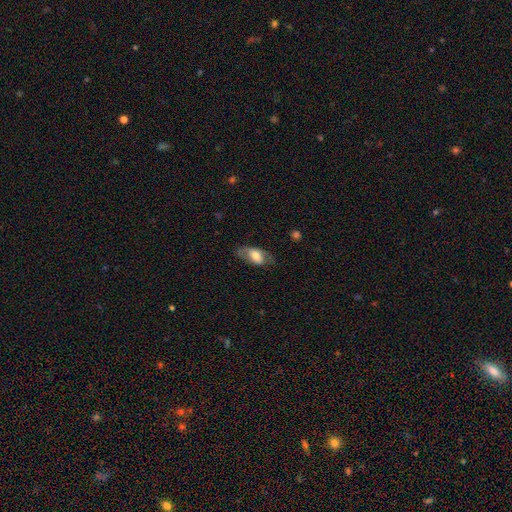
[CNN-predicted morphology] This appears to be a smooth galaxy with no disk features (57%) that is in between round and cigar-shaped (89%). Merging: none (63%).